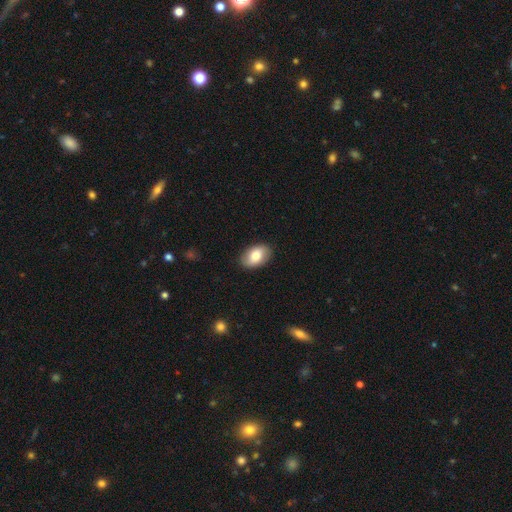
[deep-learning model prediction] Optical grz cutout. It shows a smooth galaxy with no disk features (77%) that is in between round and cigar-shaped (89%). Merging: none (88%).